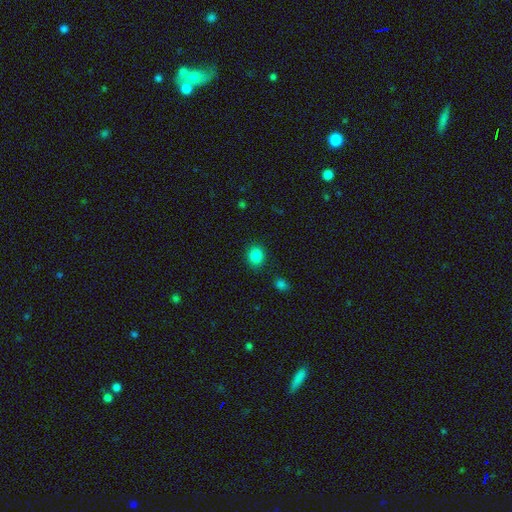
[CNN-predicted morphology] Q: Smooth or featured?
A: smooth (85%); runner-up: star or artifact (11%)
Q: How rounded?
A: round (67%); runner-up: in between (32%)
Q: Merging?
A: none (87%); runner-up: minor disturbance (9%)